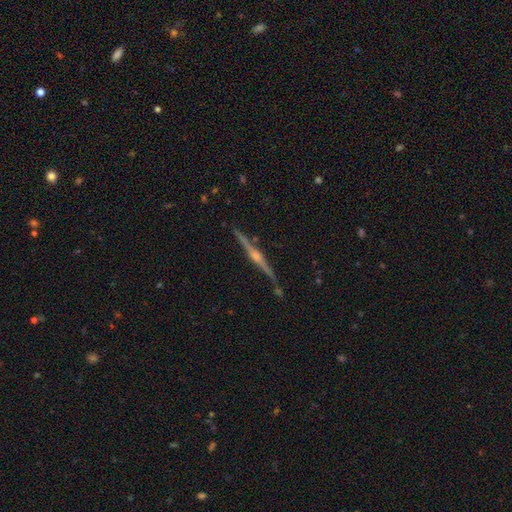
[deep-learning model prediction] The model was most divided on "edge-on bulge": rounded: 88%, boxy: 7%, none: 5%. More confident: edge-on disk — yes (98%); merging — none (89%); smooth or featured — featured or disk (88%).